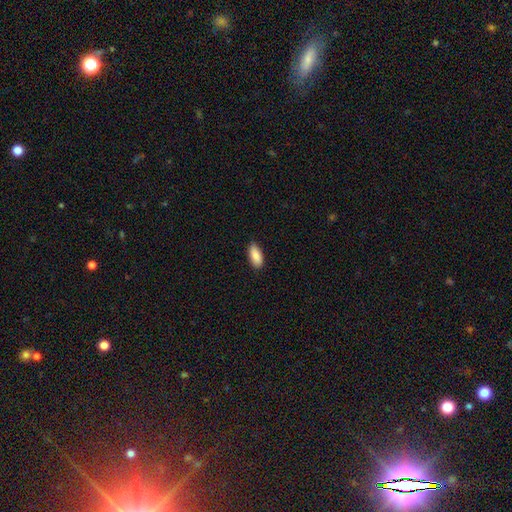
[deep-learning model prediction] Morphology: type=smooth (88%); roundness=in between (89%); merging=none (85%).